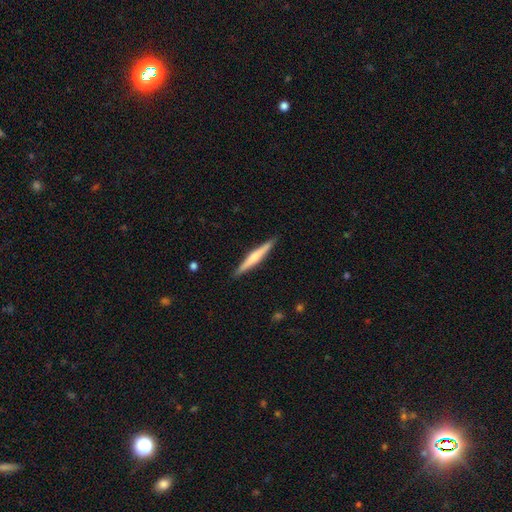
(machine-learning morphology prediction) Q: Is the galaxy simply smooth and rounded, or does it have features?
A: featured or disk — 54%.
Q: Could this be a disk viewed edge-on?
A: yes — 97%.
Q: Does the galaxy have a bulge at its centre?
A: rounded — 60%.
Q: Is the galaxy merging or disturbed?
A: none — 91%.